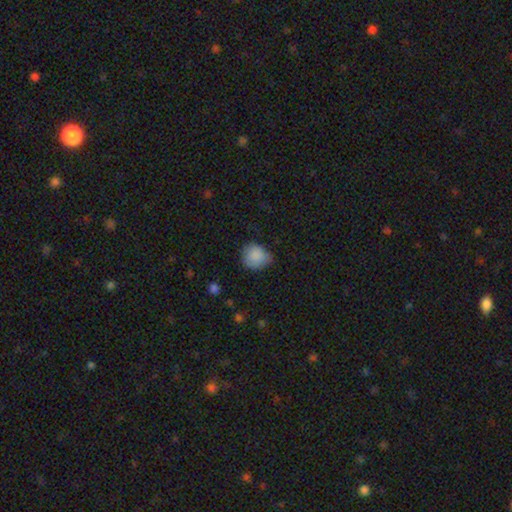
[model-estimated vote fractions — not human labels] smooth 85%, star or artifact 9%, featured or disk 7%. Down the decision tree: how rounded — round (72%); merging — none (56%).